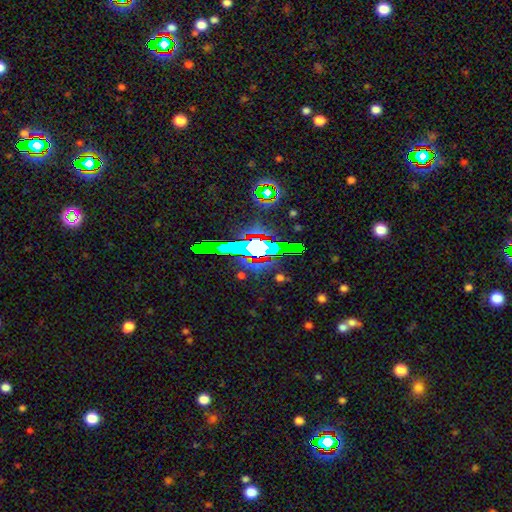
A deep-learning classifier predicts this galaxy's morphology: This is likely a star or artifact rather than a galaxy (61%).